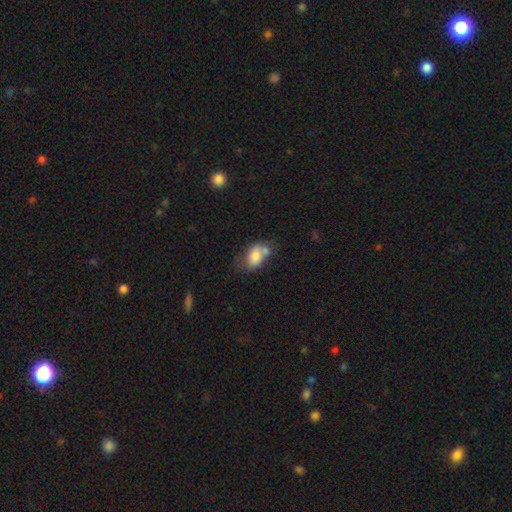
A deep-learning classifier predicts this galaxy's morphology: Overall: smooth (75%). How rounded: in between (84%). Merging: merger (36%; none 32%).